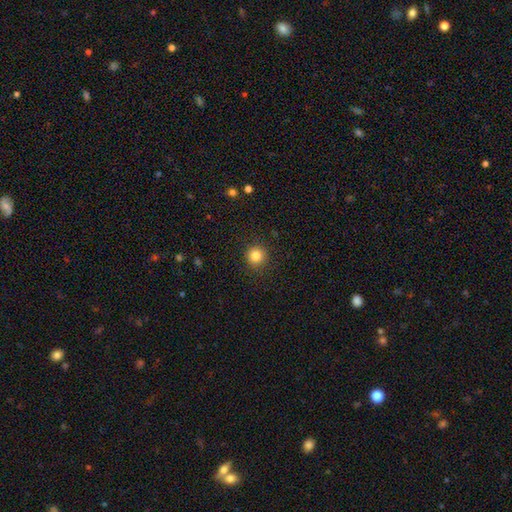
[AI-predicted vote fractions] Q: Smooth or featured?
A: smooth (83%); runner-up: star or artifact (11%)
Q: How rounded?
A: round (94%); runner-up: in between (5%)
Q: Merging?
A: none (91%); runner-up: minor disturbance (6%)